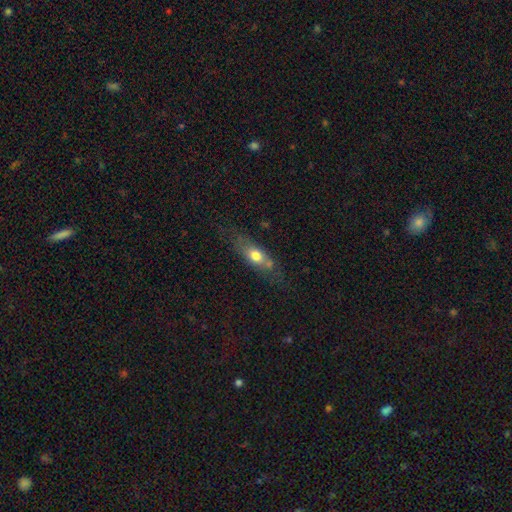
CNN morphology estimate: This is likely a smooth galaxy (63%). How rounded: likely in between (66%). Merging: likely none (61%).